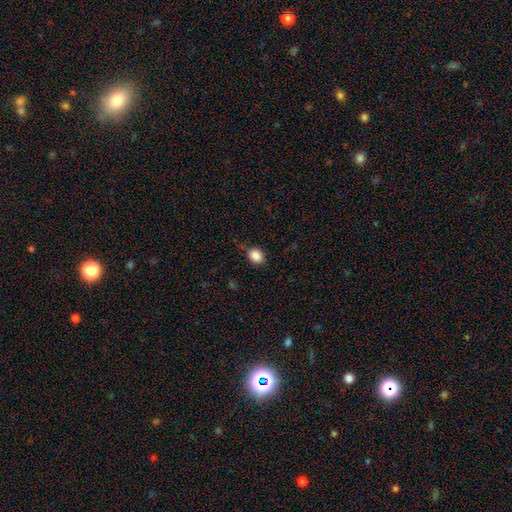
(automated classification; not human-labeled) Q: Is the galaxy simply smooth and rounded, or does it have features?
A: smooth — 86%.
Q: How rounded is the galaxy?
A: round — 53%.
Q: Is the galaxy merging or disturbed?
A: none — 71%.